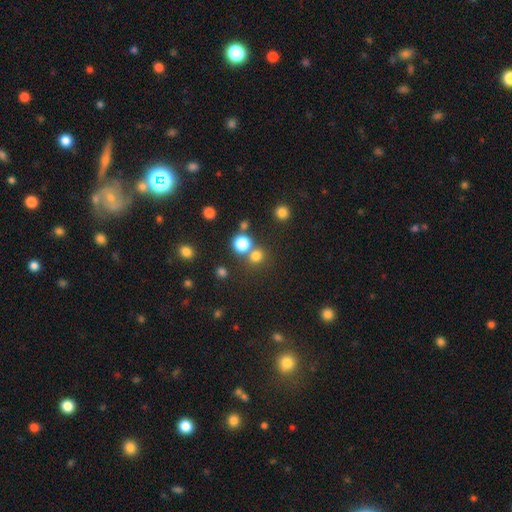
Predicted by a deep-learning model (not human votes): smooth-or-featured: smooth: 74% | star or artifact: 19% | featured or disk: 6%
  how-rounded: round: 89% | in between: 10% | cigar-shaped: 1%
  merging: none: 65% | merger: 25% | minor disturbance: 7% | major disturbance: 3%